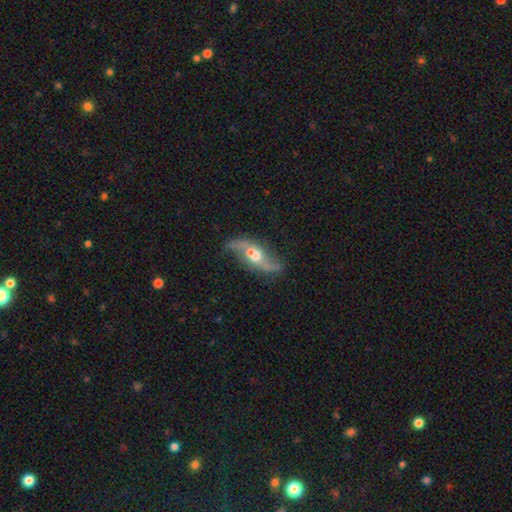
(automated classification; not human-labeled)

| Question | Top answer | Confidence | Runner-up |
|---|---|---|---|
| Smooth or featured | featured or disk | 73% | smooth (20%) |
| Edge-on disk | no | 85% | yes (15%) |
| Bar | no | 63% | weak (27%) |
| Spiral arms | yes | 78% | no (22%) |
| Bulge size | moderate | 67% | small (21%) |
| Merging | none | 45% | merger (31%) |